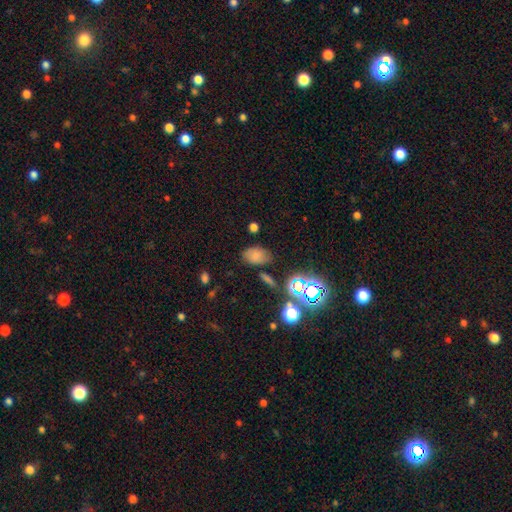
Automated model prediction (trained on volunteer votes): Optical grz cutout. It shows a smooth galaxy with no disk features (72%) that is in between round and cigar-shaped (87%). Merging: none (75%).